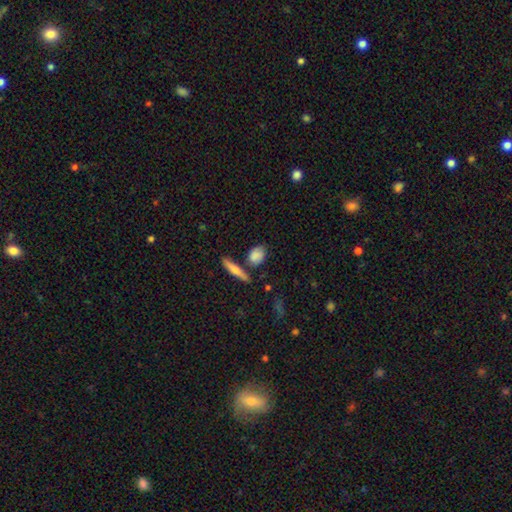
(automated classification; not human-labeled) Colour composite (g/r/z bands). It shows a smooth galaxy with no disk features (81%) that is in between round and cigar-shaped (63%). Merging: none (67%).